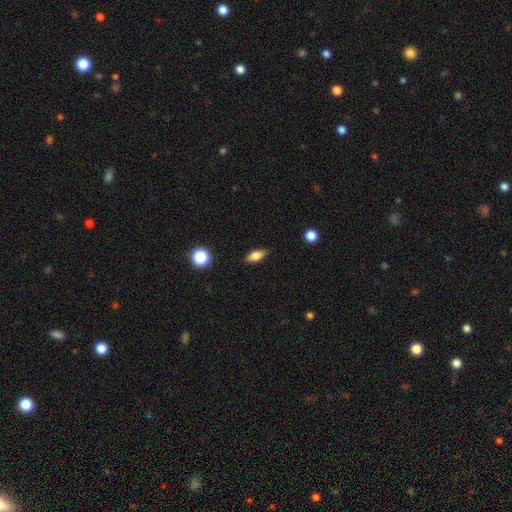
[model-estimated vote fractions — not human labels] Morphology: type=smooth (74%); roundness=in between (78%); merging=none (86%).